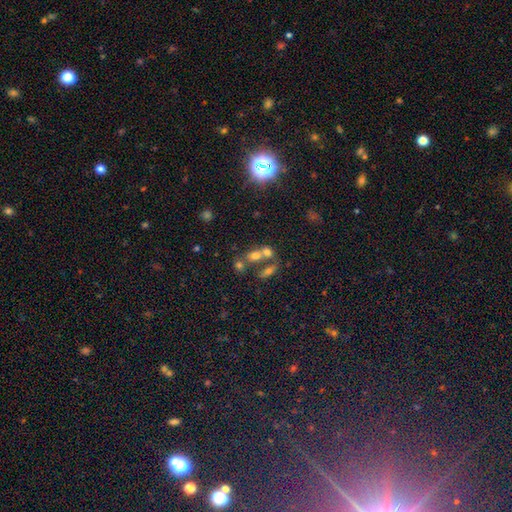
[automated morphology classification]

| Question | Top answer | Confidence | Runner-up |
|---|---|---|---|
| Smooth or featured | smooth | 57% | star or artifact (23%) |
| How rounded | in between | 56% | round (39%) |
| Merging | merger | 51% | none (35%) |